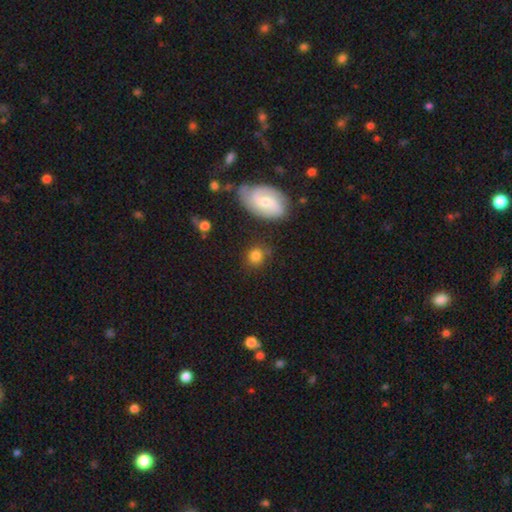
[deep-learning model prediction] smooth-or-featured: smooth: 76% | featured or disk: 14% | star or artifact: 10%
  how-rounded: round: 77% | in between: 22% | cigar-shaped: 2%
  merging: none: 75% | minor disturbance: 14% | merger: 6% | major disturbance: 5%